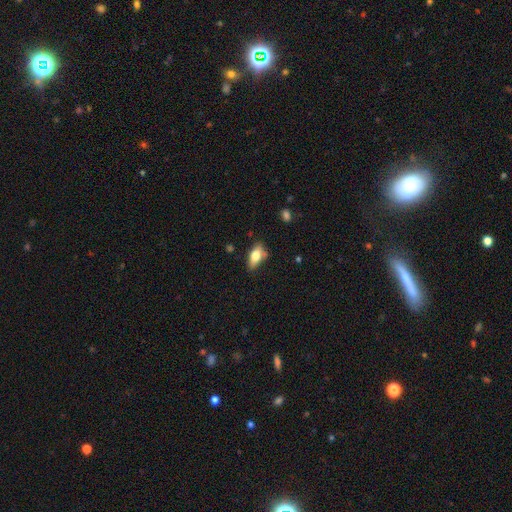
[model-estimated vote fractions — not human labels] Smooth or featured? Predicted: smooth (p=0.70). How rounded? Predicted: in between (p=0.84). Merging? Predicted: none (p=0.63).